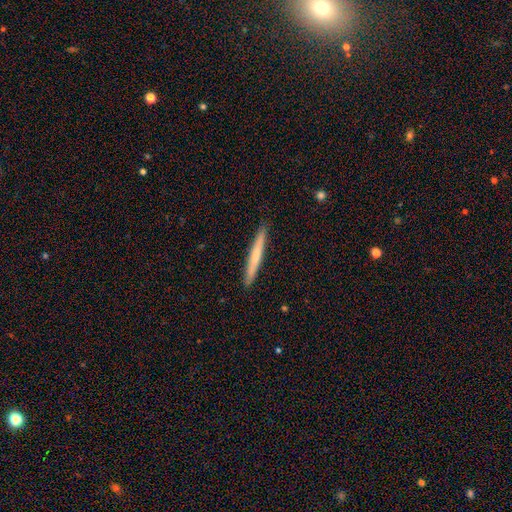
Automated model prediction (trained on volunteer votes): Smooth or featured? Predicted: smooth (p=0.64). How rounded? Predicted: cigar-shaped (p=0.97). Merging? Predicted: none (p=0.92).